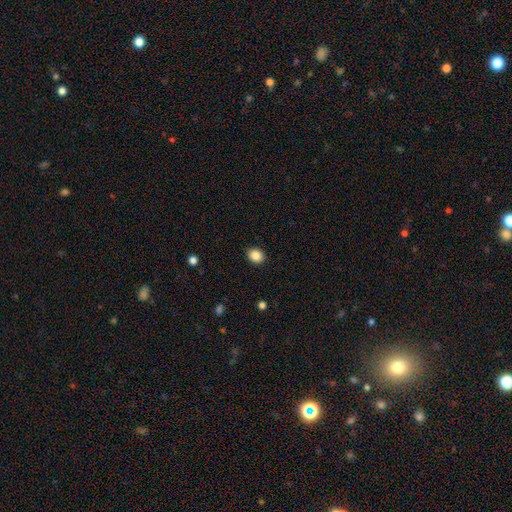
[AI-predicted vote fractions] This is clearly a smooth galaxy (86%). How rounded: possibly round (54%). Merging: clearly none (90%).